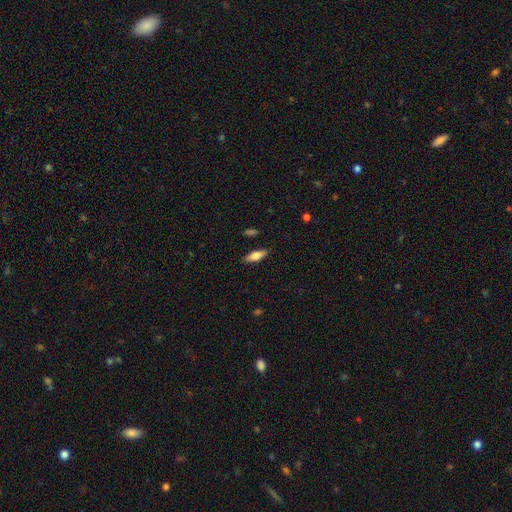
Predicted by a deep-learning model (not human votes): Overall: smooth (73%). How rounded: in between (62%; cigar-shaped 35%). Merging: none (86%).